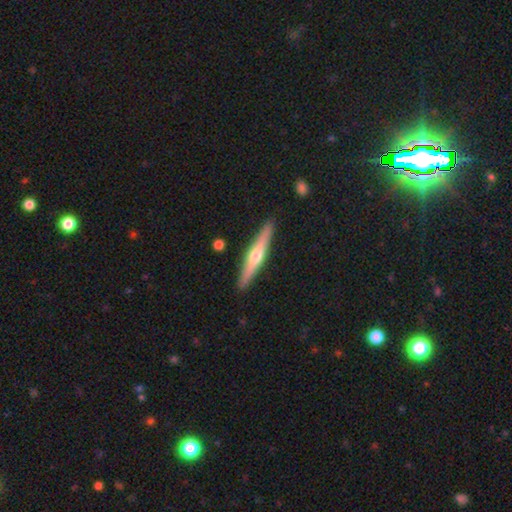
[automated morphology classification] Smooth or featured? Predicted: featured or disk (p=0.65). Edge-on disk? Predicted: yes (p=0.97). Edge-on bulge? Predicted: rounded (p=0.91). Merging? Predicted: none (p=0.91).